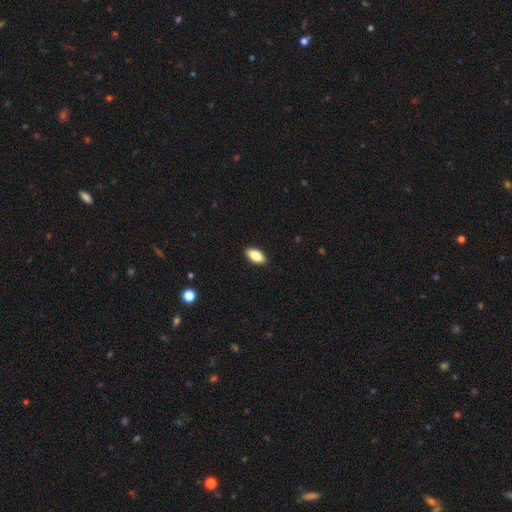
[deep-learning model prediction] smooth 86%, featured or disk 7%, star or artifact 7%. Down the decision tree: how rounded — in between (91%); merging — none (90%).